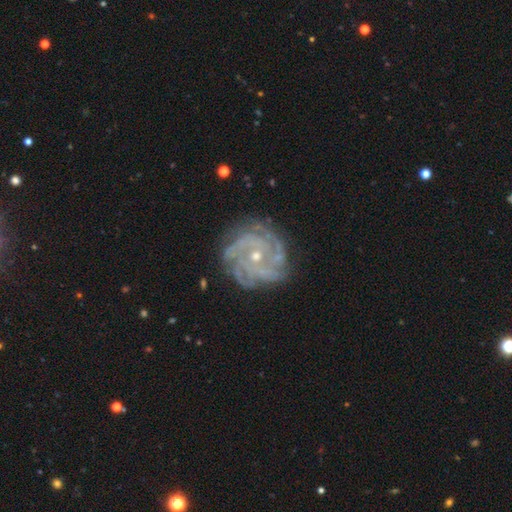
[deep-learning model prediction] smooth-or-featured: featured or disk: 88% | star or artifact: 7% | smooth: 5%
  disk-edge-on: no: 97% | yes: 3%
    bar: no: 70% | weak: 23% | strong: 7%
    has-spiral-arms: yes: 97% | no: 3%
      spiral-winding: tight: 72% | medium: 24% | loose: 4%
      spiral-arm-count: 4: 26% | can't tell: 24% | 3: 17% | more than 4: 16% | 2: 10% | 1: 7%
    bulge-size: small: 63% | moderate: 34% | none: 1% | large: 1% | dominant: 1%
  merging: none: 78% | minor disturbance: 15% | major disturbance: 5% | merger: 1%